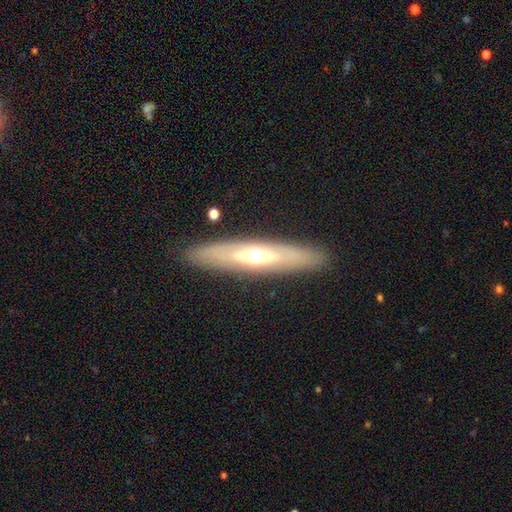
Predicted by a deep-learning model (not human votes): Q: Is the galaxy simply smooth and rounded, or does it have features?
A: featured or disk — 61%.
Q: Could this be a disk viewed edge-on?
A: yes — 61%.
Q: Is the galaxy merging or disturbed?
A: none — 87%.